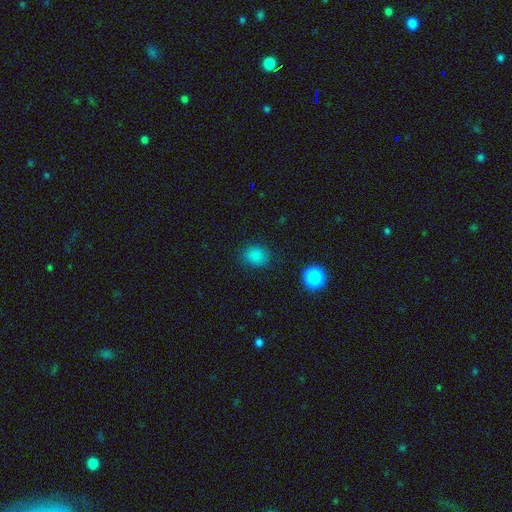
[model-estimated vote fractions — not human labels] Q: Smooth or featured?
A: smooth (81%); runner-up: star or artifact (15%)
Q: How rounded?
A: round (62%); runner-up: in between (37%)
Q: Merging?
A: none (84%); runner-up: minor disturbance (11%)